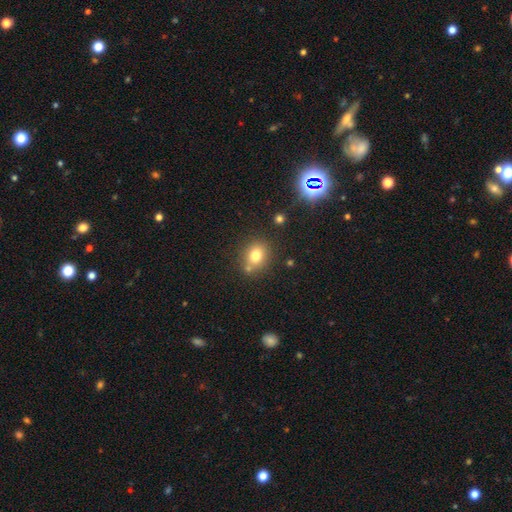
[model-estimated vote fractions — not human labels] Smooth or featured: smooth — 77% (star or artifact — 13%)
How rounded: round — 62% (in between — 37%)
Merging: none — 71% (merger — 13%)